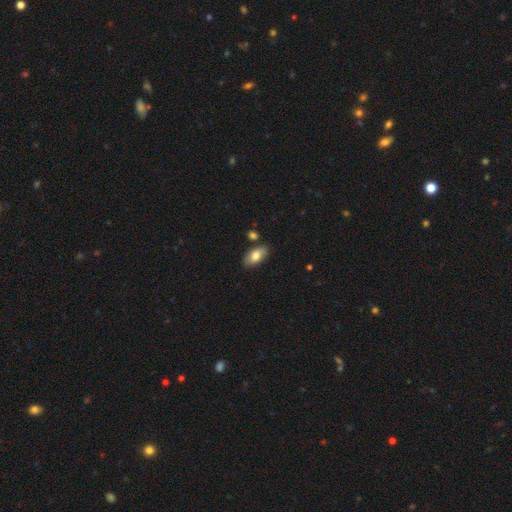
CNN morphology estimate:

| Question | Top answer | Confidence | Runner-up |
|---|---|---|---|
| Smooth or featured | smooth | 77% | featured or disk (16%) |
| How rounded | in between | 92% | cigar-shaped (4%) |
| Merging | none | 80% | minor disturbance (12%) |